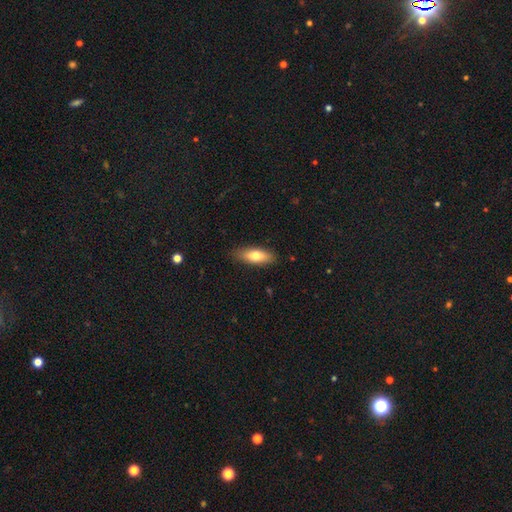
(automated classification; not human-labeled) Morphology: type=smooth (73%); roundness=in between (70%); merging=none (85%).